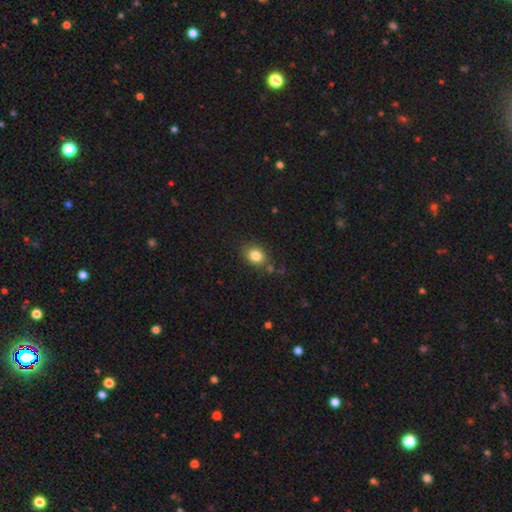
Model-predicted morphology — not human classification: smooth-or-featured: smooth: 83% | star or artifact: 10% | featured or disk: 7%
  how-rounded: in between: 52% | round: 47% | cigar-shaped: 1%
  merging: none: 75% | minor disturbance: 15% | merger: 5% | major disturbance: 4%